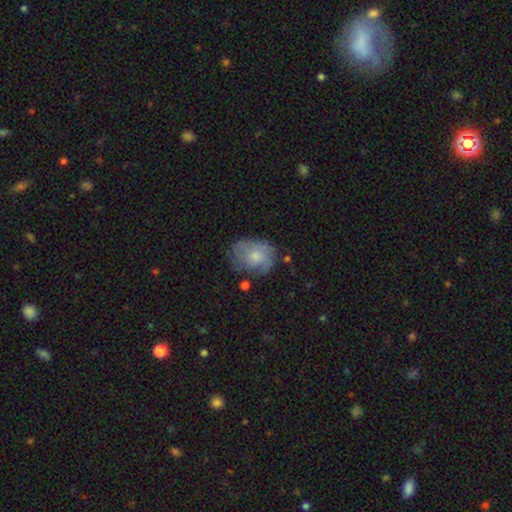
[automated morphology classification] smooth-or-featured: smooth: 54% | featured or disk: 38% | star or artifact: 8%
  how-rounded: in between: 53% | round: 46% | cigar-shaped: 1%
  merging: none: 57% | minor disturbance: 27% | major disturbance: 12% | merger: 3%